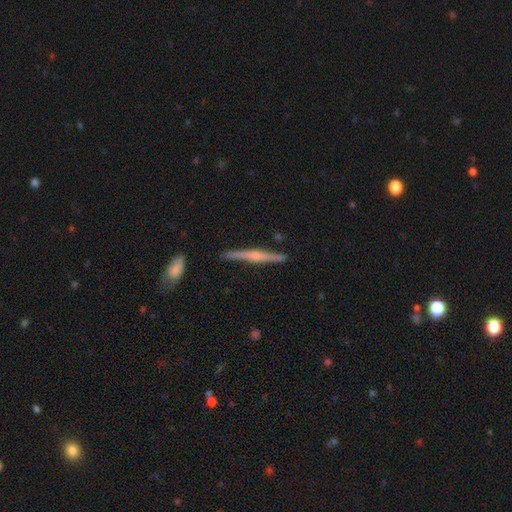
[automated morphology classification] smooth-or-featured: featured or disk: 73% | smooth: 22% | star or artifact: 5%
  disk-edge-on: yes: 98% | no: 2%
    edge-on-bulge: rounded: 70% | none: 17% | boxy: 13%
  merging: none: 89% | minor disturbance: 8% | merger: 2% | major disturbance: 2%